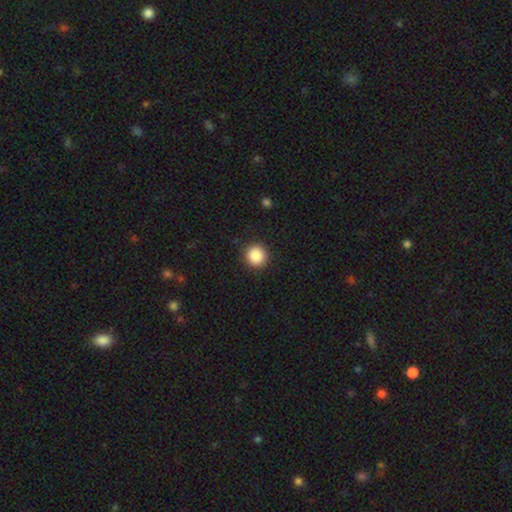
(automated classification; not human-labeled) smooth-or-featured: smooth: 88% | star or artifact: 9% | featured or disk: 3%
  how-rounded: round: 94% | in between: 5% | cigar-shaped: 1%
  merging: none: 92% | minor disturbance: 6% | major disturbance: 2% | merger: 1%